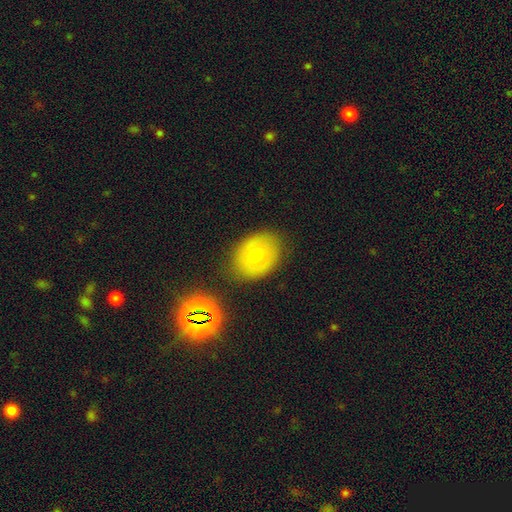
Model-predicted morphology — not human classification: type=smooth (64%); roundness=in between (57%); merging=none (79%).